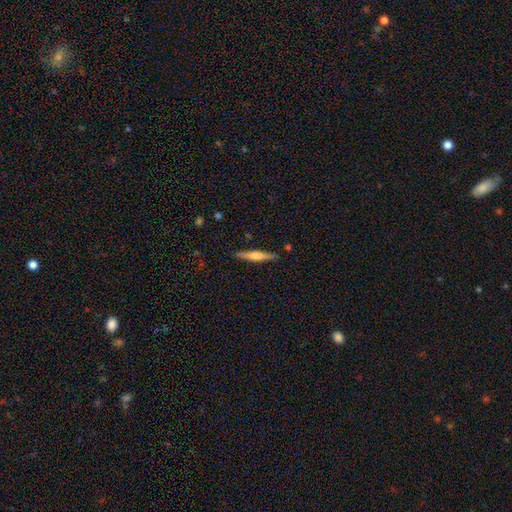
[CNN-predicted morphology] A featured or disk galaxy (53%) viewed edge-on (97%) with a rounded central bulge (75%).

Vote fractions:
- Smooth or featured? featured or disk: 53% / smooth: 41% / star or artifact: 6%
- Edge-on disk? yes: 97% / no: 3%
- Edge-on bulge? rounded: 75% / none: 12% / boxy: 12%
- Merging? none: 89% / minor disturbance: 8% / major disturbance: 2% / merger: 1%